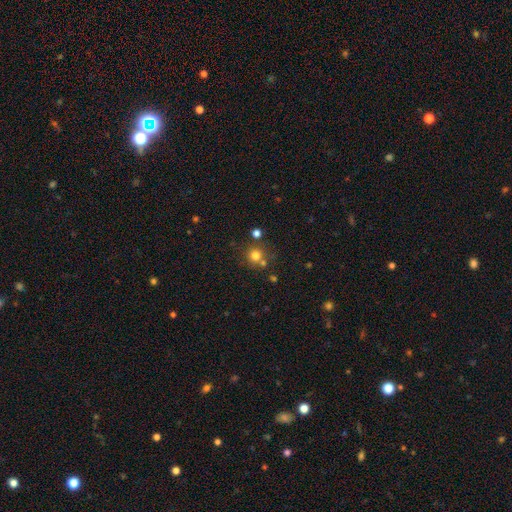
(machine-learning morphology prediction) Q: Smooth or featured?
A: smooth (74%); runner-up: star or artifact (17%)
Q: How rounded?
A: round (91%); runner-up: in between (8%)
Q: Merging?
A: none (68%); runner-up: merger (19%)